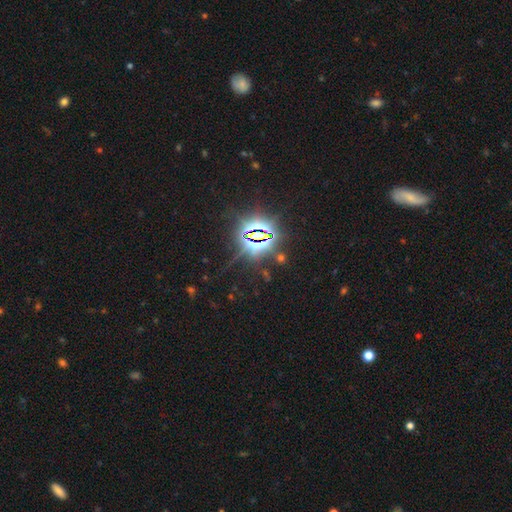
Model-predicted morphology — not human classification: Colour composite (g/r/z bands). It shows a star or artifact, not a galaxy (83%).